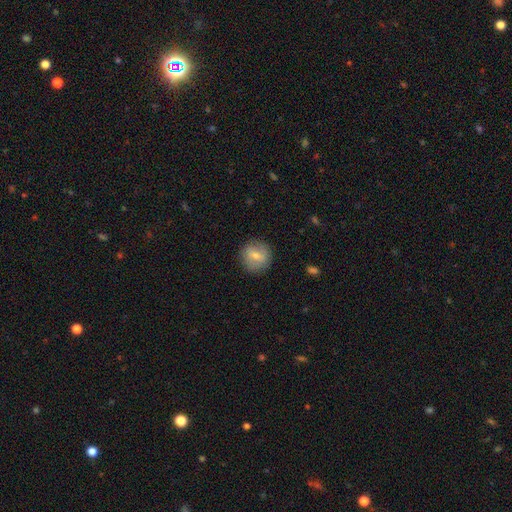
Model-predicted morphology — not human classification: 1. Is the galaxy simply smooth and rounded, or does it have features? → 62% smooth, 30% featured or disk, 8% star or artifact.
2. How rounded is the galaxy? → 87% round, 12% in between, 1% cigar-shaped.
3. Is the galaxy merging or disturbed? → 85% none, 10% minor disturbance, 3% major disturbance, 1% merger.